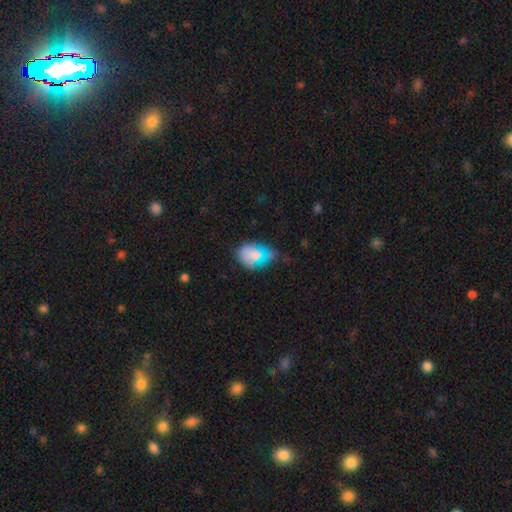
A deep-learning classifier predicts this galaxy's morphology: smooth 70%, star or artifact 16%, featured or disk 14%. Down the decision tree: how rounded — in between (72%); merging — none (44%).